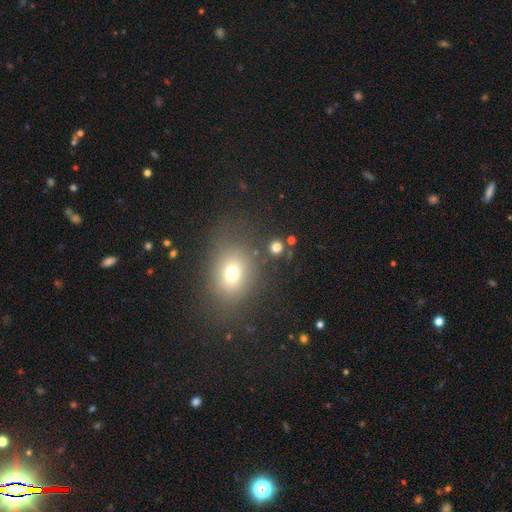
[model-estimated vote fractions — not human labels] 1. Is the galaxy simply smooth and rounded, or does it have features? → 62% smooth, 28% star or artifact, 10% featured or disk.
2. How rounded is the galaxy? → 64% in between, 34% round, 2% cigar-shaped.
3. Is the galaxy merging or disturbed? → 83% none, 10% minor disturbance, 4% major disturbance, 3% merger.